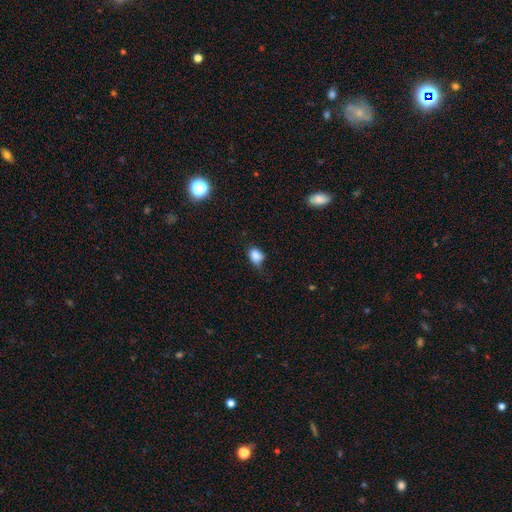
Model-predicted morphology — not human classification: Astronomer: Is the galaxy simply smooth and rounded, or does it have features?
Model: smooth — 84%.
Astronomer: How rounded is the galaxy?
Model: in between — 65%.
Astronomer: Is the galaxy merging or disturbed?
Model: none — 45% (runner-up: minor disturbance, 40%).